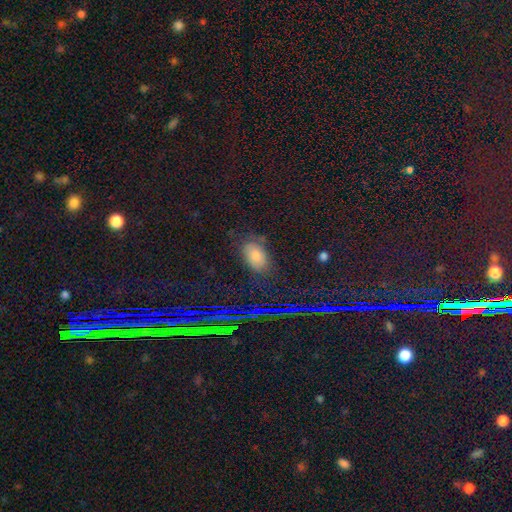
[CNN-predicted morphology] Smooth or featured? smooth (64%)
How rounded? in between (87%)
Merging? none (78%)